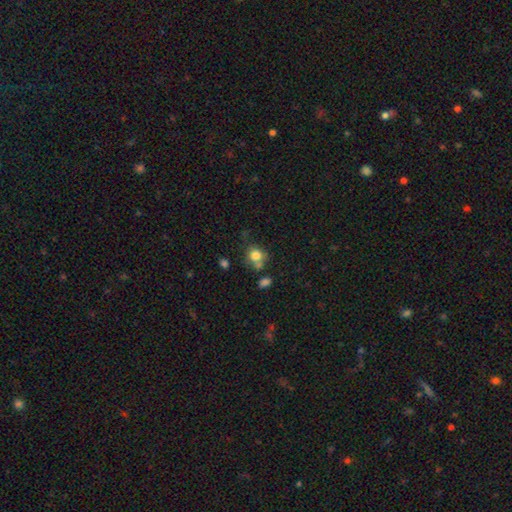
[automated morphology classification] Overall: smooth (80%). How rounded: round (79%). Merging: none (57%; merger 20%).